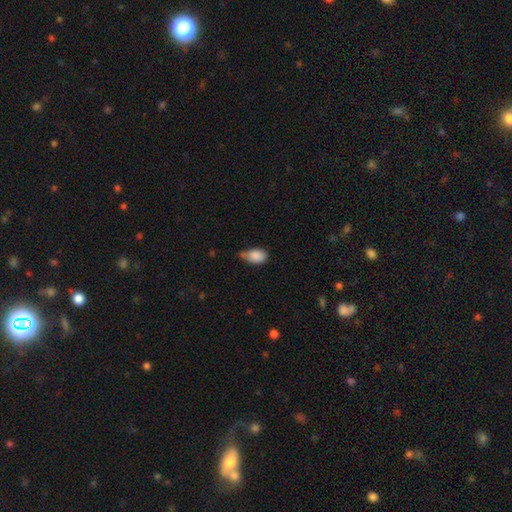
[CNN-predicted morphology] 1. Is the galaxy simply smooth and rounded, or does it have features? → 86% smooth, 7% star or artifact, 6% featured or disk.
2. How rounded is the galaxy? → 86% in between, 12% round, 2% cigar-shaped.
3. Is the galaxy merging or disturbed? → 50% minor disturbance, 35% none, 11% major disturbance, 4% merger.